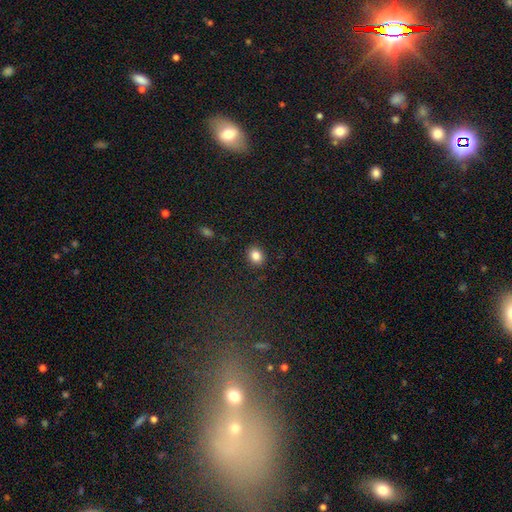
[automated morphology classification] smooth_or_featured: smooth (p=0.84) [alt: star or artifact p=0.10]
how_rounded: round (p=0.58) [alt: in between p=0.41]
merging: none (p=0.89) [alt: minor disturbance p=0.07]